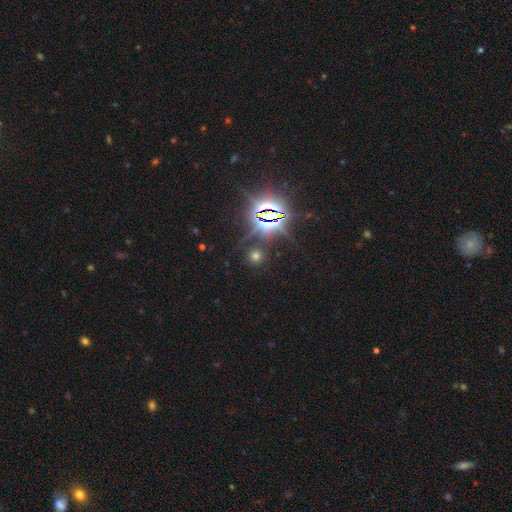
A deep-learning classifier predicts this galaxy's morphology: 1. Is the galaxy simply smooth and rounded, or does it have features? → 47% smooth, 44% star or artifact, 9% featured or disk.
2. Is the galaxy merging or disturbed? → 84% none, 8% minor disturbance, 4% major disturbance, 4% merger.